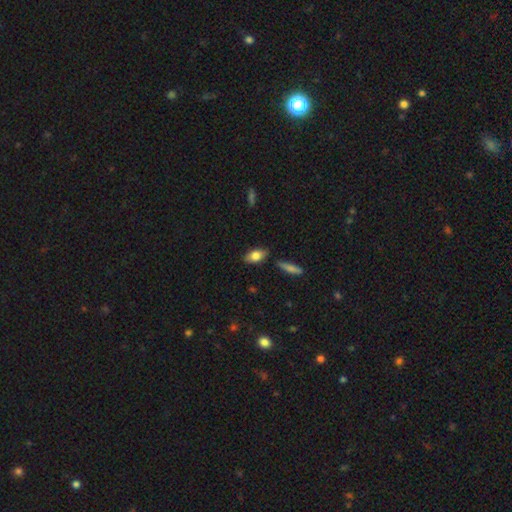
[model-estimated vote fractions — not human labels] smooth_or_featured: smooth (p=0.79) [alt: featured or disk p=0.14]
how_rounded: in between (p=0.87) [alt: cigar-shaped p=0.08]
merging: none (p=0.82) [alt: minor disturbance p=0.12]